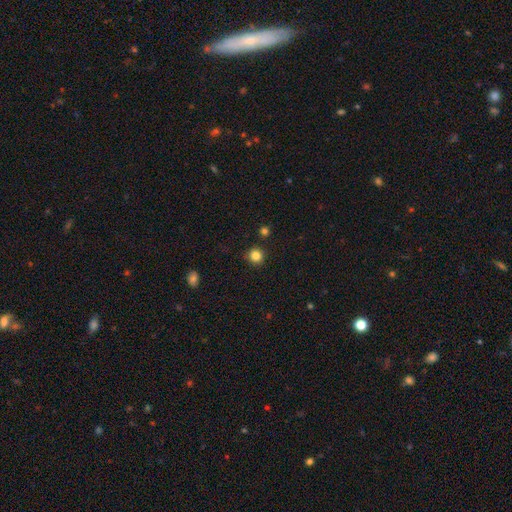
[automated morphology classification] A smooth galaxy with no disk features (84%) that is round (93%).

Vote fractions:
- Smooth or featured? smooth: 84% / star or artifact: 12% / featured or disk: 4%
- How rounded? round: 93% / in between: 6% / cigar-shaped: 1%
- Merging? none: 90% / minor disturbance: 6% / merger: 2% / major disturbance: 2%